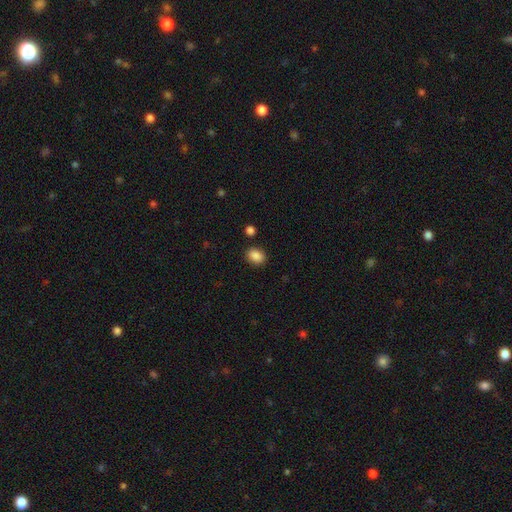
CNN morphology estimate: Smooth or featured?
  - smooth: 88% *
  - star or artifact: 9%
  - featured or disk: 3%
How rounded?
  - in between: 67% *
  - round: 32%
  - cigar-shaped: 1%
Merging?
  - none: 86% *
  - minor disturbance: 8%
  - merger: 3%
  - major disturbance: 3%